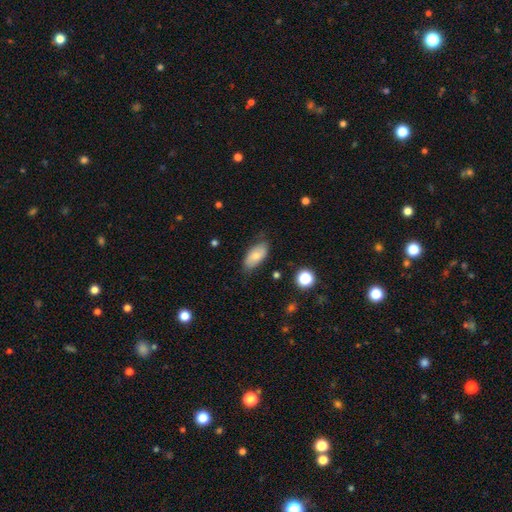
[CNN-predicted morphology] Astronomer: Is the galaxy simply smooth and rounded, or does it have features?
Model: smooth — 73%.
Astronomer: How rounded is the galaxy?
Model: in between — 92%.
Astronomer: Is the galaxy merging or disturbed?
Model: none — 74%.